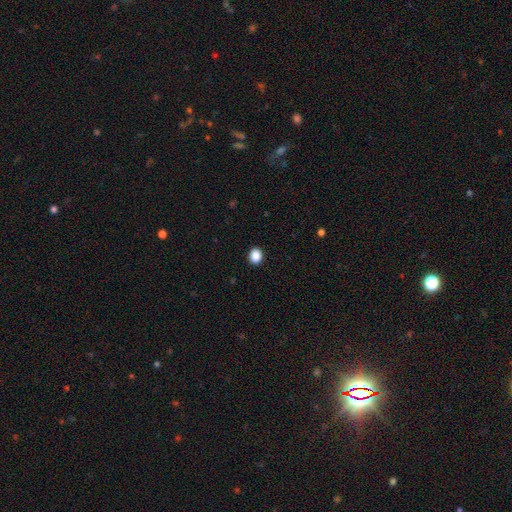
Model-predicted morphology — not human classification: Overall: smooth (89%). How rounded: round (60%; in between 39%). Merging: none (92%).